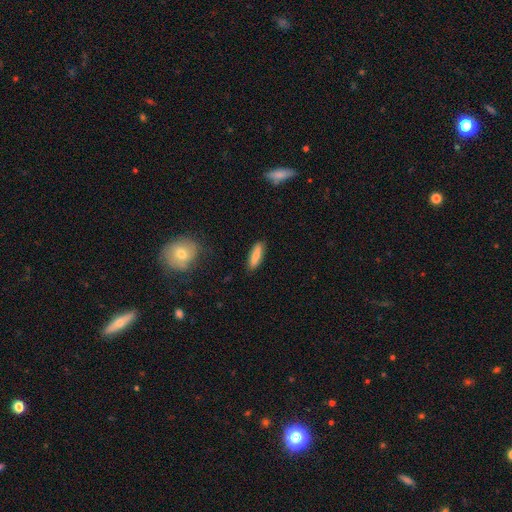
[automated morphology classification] Smooth or featured? smooth (80%)
How rounded? cigar-shaped (59%)
Merging? none (87%)